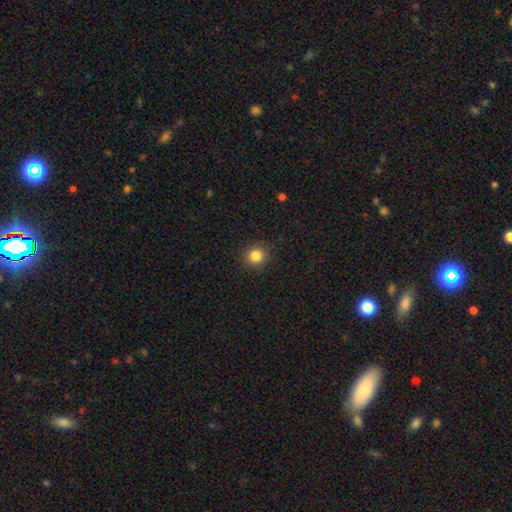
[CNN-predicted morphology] Smooth or featured?
  - smooth: 84% *
  - star or artifact: 11%
  - featured or disk: 5%
How rounded?
  - round: 91% *
  - in between: 8%
  - cigar-shaped: 1%
Merging?
  - none: 90% *
  - minor disturbance: 7%
  - major disturbance: 2%
  - merger: 1%